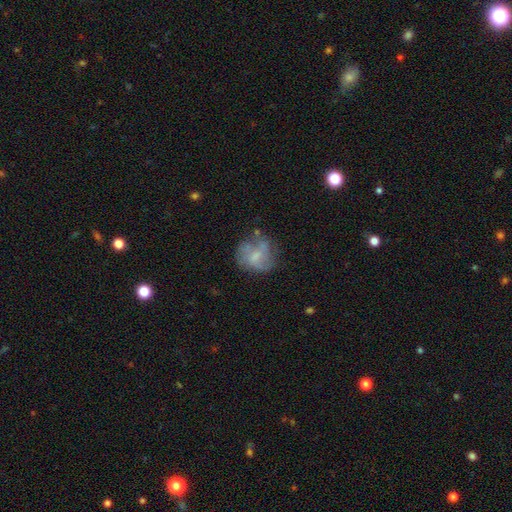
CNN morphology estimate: This appears to be a featured or disk galaxy (47%). Merging: none (51%).